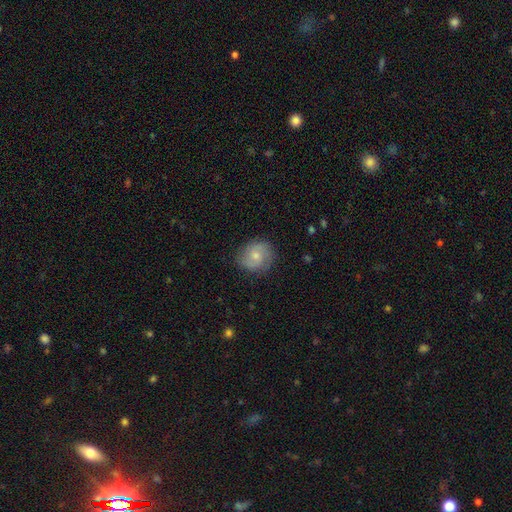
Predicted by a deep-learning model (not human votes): A smooth galaxy with no disk features (47%).

Vote fractions:
- Smooth or featured? smooth: 47% / featured or disk: 45% / star or artifact: 7%
- Merging? none: 79% / minor disturbance: 15% / major disturbance: 4% / merger: 1%